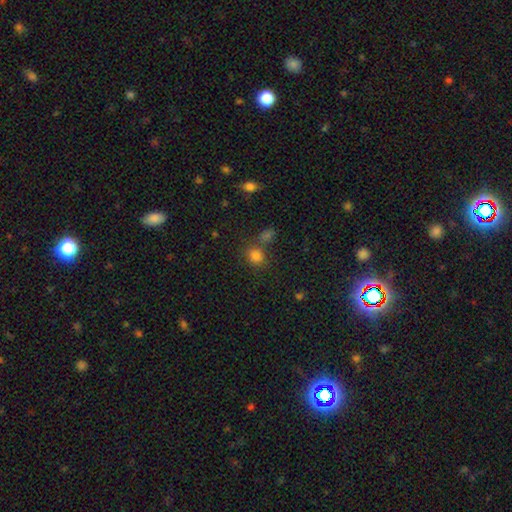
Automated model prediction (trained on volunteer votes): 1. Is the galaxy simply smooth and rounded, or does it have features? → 79% smooth, 15% star or artifact, 6% featured or disk.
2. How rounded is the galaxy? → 76% round, 22% in between, 1% cigar-shaped.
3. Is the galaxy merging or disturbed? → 62% none, 22% merger, 11% minor disturbance, 5% major disturbance.